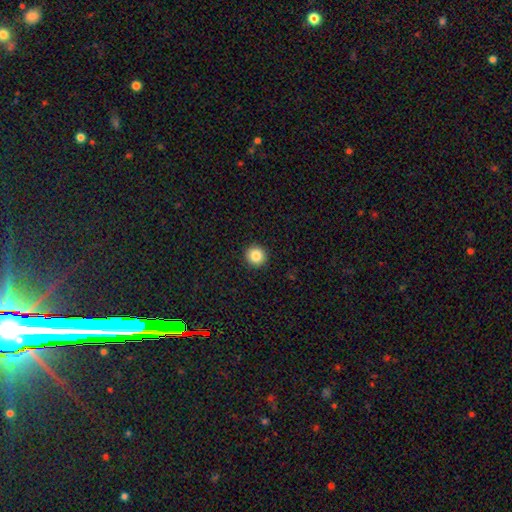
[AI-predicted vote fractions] Smooth or featured: smooth — 85% (star or artifact — 10%)
How rounded: round — 94% (in between — 5%)
Merging: none — 93% (minor disturbance — 4%)